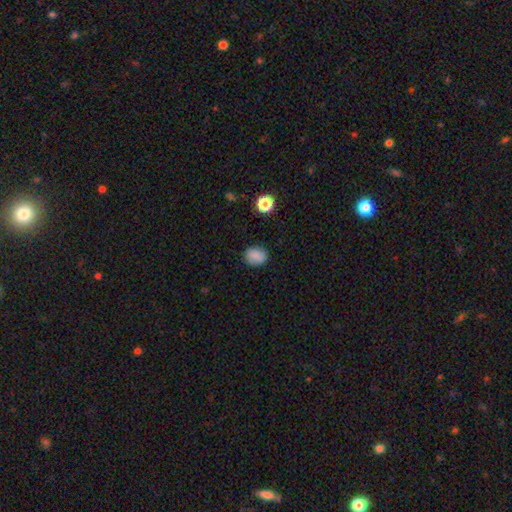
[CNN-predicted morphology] smooth_or_featured: smooth (p=0.86) [alt: star or artifact p=0.10]
how_rounded: round (p=0.50) [alt: in between p=0.49]
merging: none (p=0.85) [alt: minor disturbance p=0.11]